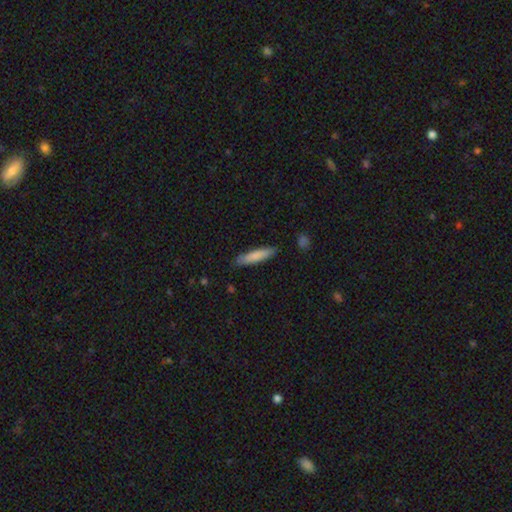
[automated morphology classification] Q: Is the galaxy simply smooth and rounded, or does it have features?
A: smooth — 80%.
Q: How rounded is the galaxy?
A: cigar-shaped — 85%.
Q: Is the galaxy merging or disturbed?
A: none — 86%.